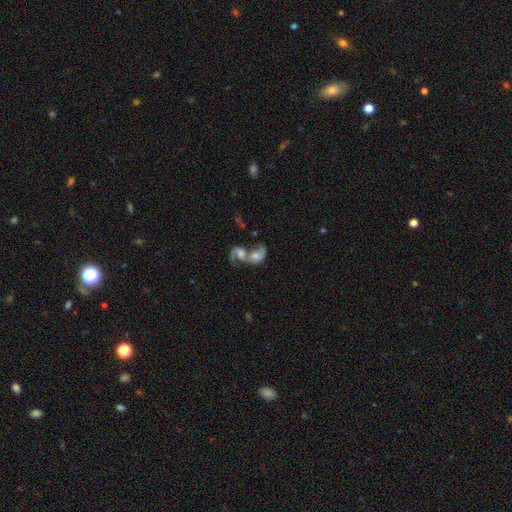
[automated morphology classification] A featured or disk galaxy (63%) with no bar (69%), spiral arms (78%) and a moderate central bulge (55%).

Vote fractions:
- Smooth or featured? featured or disk: 63% / smooth: 28% / star or artifact: 9%
- Edge-on disk? no: 96% / yes: 4%
- Bar? no: 69% / weak: 25% / strong: 6%
- Spiral arms? yes: 78% / no: 22%
- Bulge size? moderate: 55% / small: 23% / large: 13% / none: 7% / dominant: 2%
- Merging? merger: 78% / none: 10% / major disturbance: 7% / minor disturbance: 4%